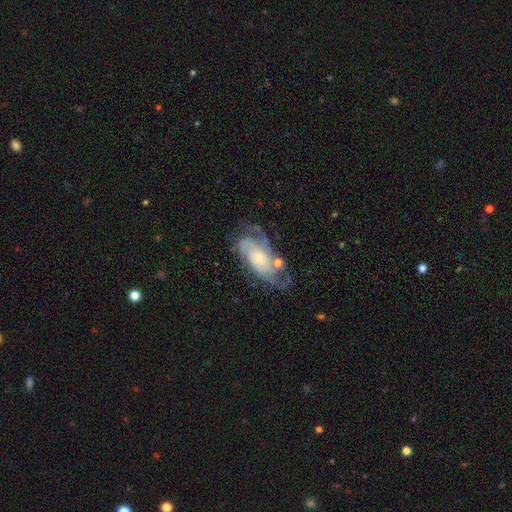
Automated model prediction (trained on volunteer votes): featured or disk 79%, smooth 11%, star or artifact 10%. Down the decision tree: edge-on disk — no (94%); bar — no (64%); spiral arms — yes (94%); spiral arm count — 2 (29%); spiral winding — tight (51%); bulge size — small (49%); merging — none (67%).